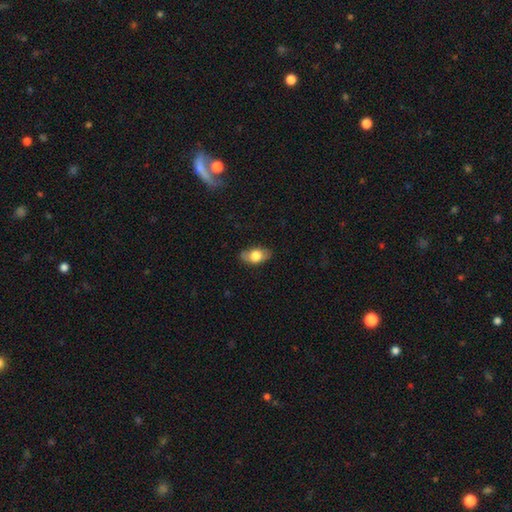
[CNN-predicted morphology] A smooth galaxy with no disk features (71%) that is in between round and cigar-shaped (91%).

Vote fractions:
- Smooth or featured? smooth: 71% / featured or disk: 22% / star or artifact: 7%
- How rounded? in between: 91% / round: 7% / cigar-shaped: 3%
- Merging? none: 80% / minor disturbance: 16% / major disturbance: 3% / merger: 1%